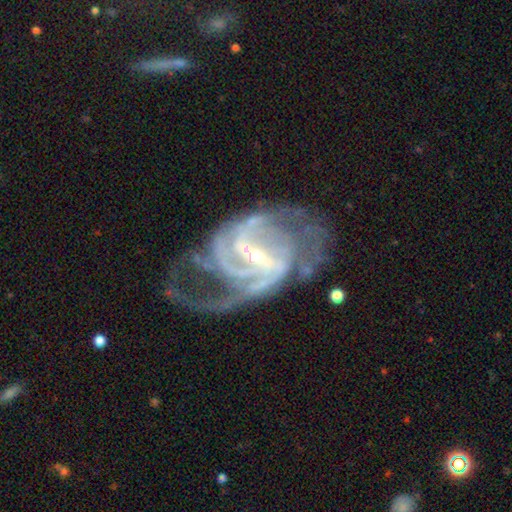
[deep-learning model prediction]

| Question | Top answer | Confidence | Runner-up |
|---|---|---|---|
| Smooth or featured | featured or disk | 92% | star or artifact (5%) |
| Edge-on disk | no | 98% | yes (2%) |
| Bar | strong | 58% | weak (31%) |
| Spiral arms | yes | 97% | no (3%) |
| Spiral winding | medium | 52% | tight (29%) |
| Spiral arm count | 2 | 45% | 3 (20%) |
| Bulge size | small | 81% | moderate (15%) |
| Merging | none | 49% | major disturbance (28%) |